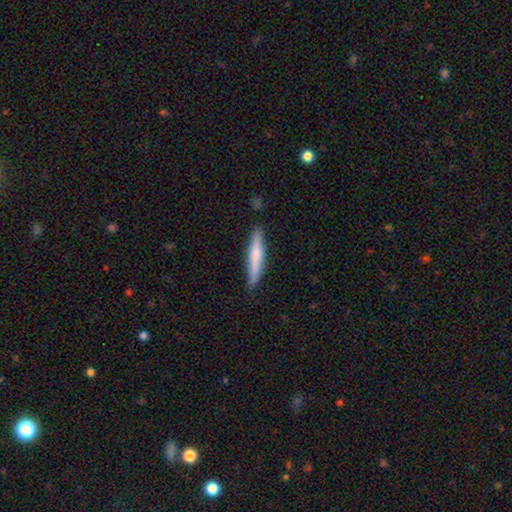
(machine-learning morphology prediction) Q: Smooth or featured?
A: smooth (67%); runner-up: featured or disk (28%)
Q: How rounded?
A: cigar-shaped (91%); runner-up: in between (7%)
Q: Merging?
A: none (85%); runner-up: minor disturbance (11%)